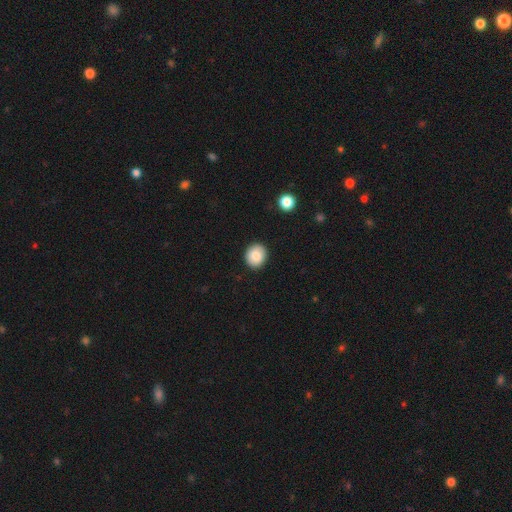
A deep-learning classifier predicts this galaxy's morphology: Overall: smooth (85%). How rounded: round (76%). Merging: none (90%).